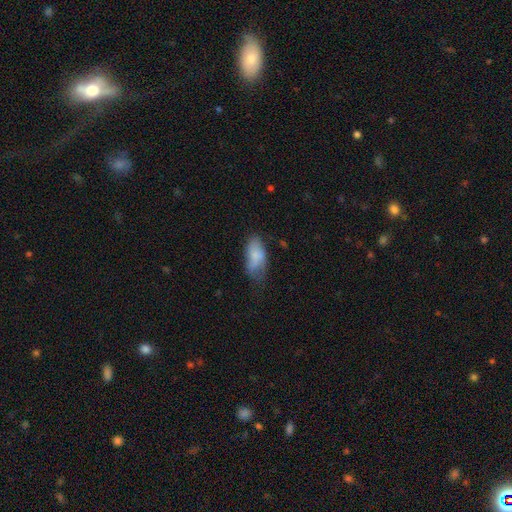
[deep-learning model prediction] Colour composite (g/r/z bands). It shows a smooth galaxy with no disk features (77%) that is in between round and cigar-shaped (91%). Merging: none (43%).